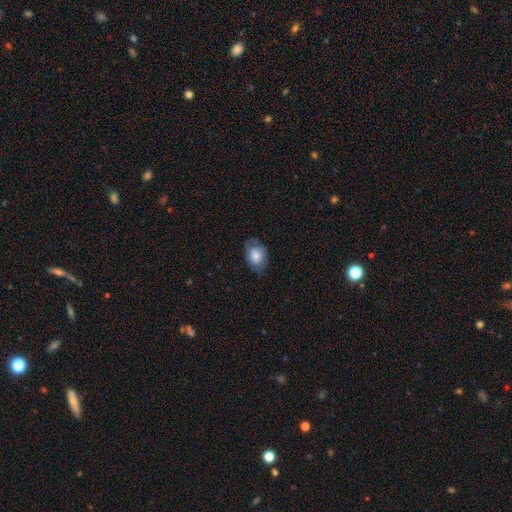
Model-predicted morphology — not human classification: Smooth or featured? smooth (79%)
How rounded? in between (70%)
Merging? none (62%)